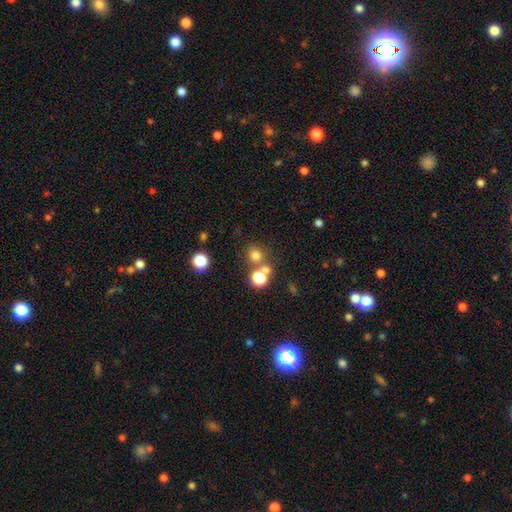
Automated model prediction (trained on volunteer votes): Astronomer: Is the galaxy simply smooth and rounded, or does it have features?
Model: star or artifact — 45%, tied with smooth at 45%.